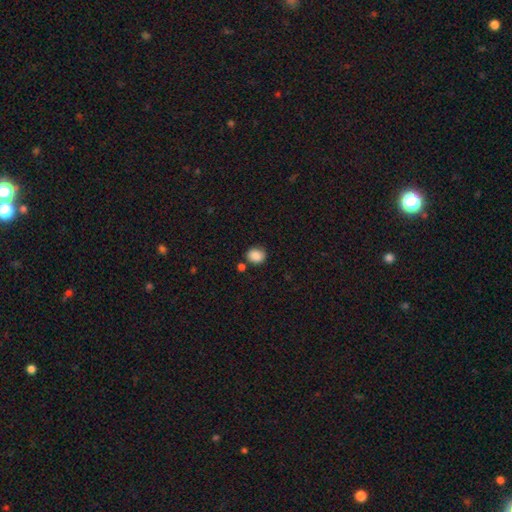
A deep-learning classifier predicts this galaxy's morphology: smooth-or-featured: smooth: 88% | star or artifact: 9% | featured or disk: 4%
  how-rounded: round: 63% | in between: 36% | cigar-shaped: 1%
  merging: none: 76% | minor disturbance: 13% | merger: 7% | major disturbance: 3%